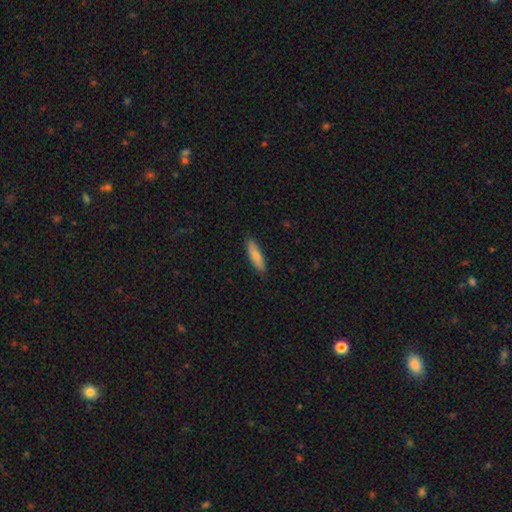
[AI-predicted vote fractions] A smooth galaxy with no disk features (82%) that is cigar-shaped (62%). Merging: none (88%).